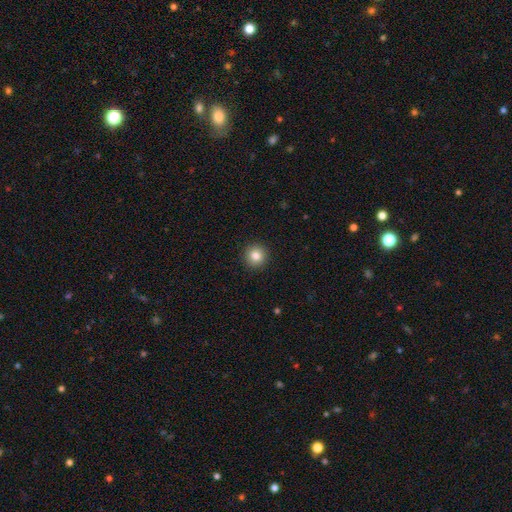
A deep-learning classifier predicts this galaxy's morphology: smooth-or-featured: smooth: 84% | star or artifact: 10% | featured or disk: 6%
  how-rounded: round: 94% | in between: 5% | cigar-shaped: 1%
  merging: none: 93% | minor disturbance: 5% | major disturbance: 2% | merger: 1%